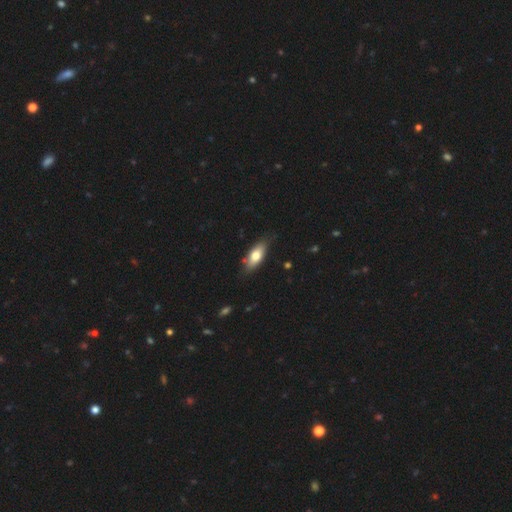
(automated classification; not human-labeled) A smooth galaxy with no disk features (71%) that is in between round and cigar-shaped (77%). Merging: none (79%).